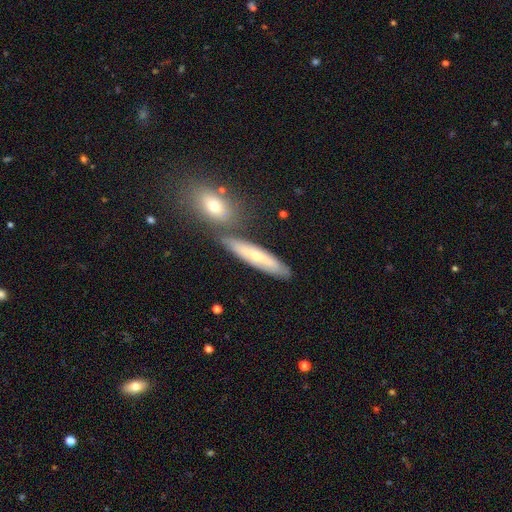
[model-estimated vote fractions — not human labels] smooth 48%, featured or disk 45%, star or artifact 8%. Down the decision tree: merging — none (71%).